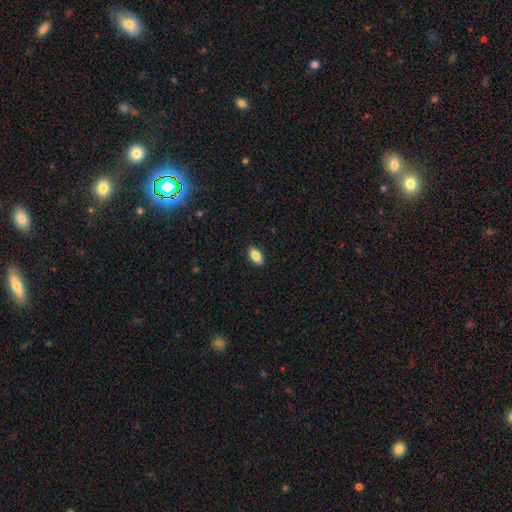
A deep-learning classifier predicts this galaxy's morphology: smooth_or_featured: smooth (p=0.83) [alt: featured or disk p=0.10]
how_rounded: in between (p=0.89) [alt: cigar-shaped p=0.07]
merging: none (p=0.89) [alt: minor disturbance p=0.08]